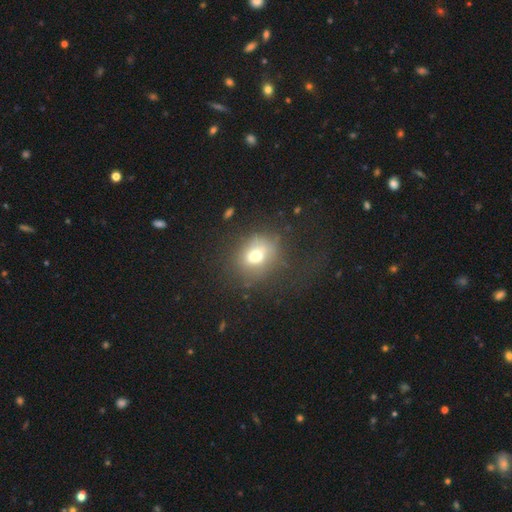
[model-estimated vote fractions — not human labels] This appears to be a smooth galaxy with no disk features (69%) that is round (53%). Merging: none (61%).